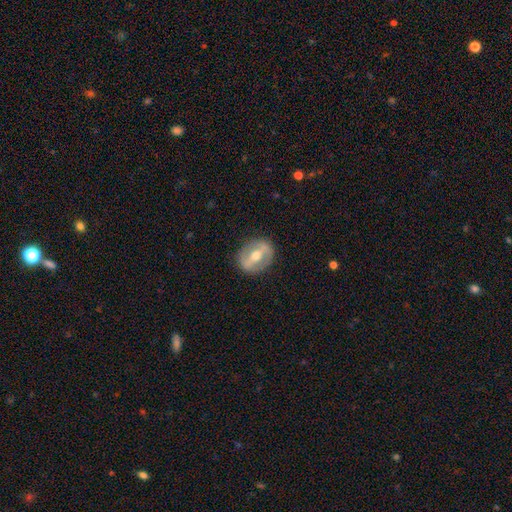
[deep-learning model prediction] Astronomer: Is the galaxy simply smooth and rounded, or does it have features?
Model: featured or disk — 67%.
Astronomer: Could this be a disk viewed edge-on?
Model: no — 89%.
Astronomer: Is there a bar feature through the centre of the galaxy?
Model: strong — 59%.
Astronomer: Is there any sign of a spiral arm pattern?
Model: no — 66%.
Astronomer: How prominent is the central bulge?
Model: moderate — 72%.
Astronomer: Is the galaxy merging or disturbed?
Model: none — 85%.